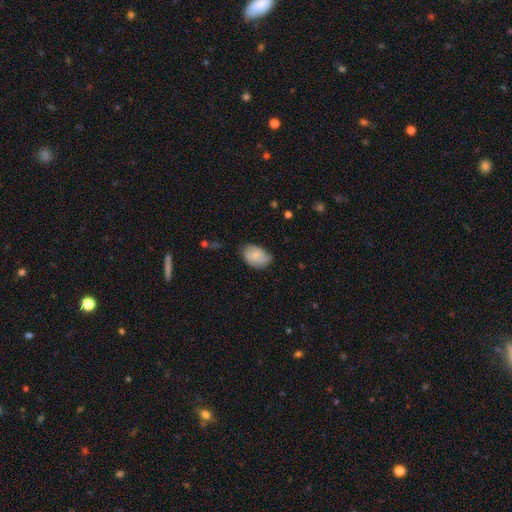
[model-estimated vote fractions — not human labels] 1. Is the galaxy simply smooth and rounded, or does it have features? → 72% smooth, 21% featured or disk, 7% star or artifact.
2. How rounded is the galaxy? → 84% in between, 14% round, 1% cigar-shaped.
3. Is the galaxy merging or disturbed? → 54% none, 36% minor disturbance, 8% major disturbance, 2% merger.